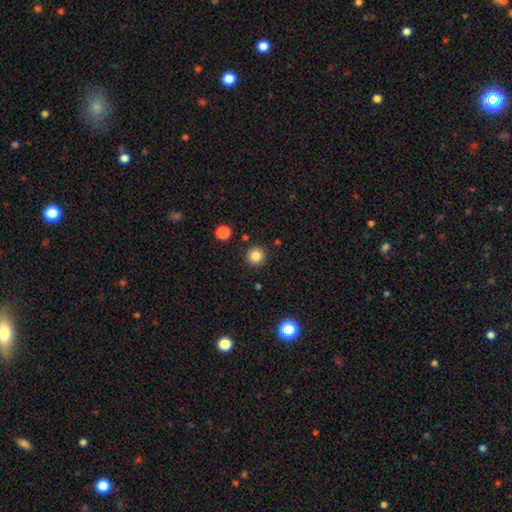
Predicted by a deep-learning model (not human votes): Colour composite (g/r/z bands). It shows a smooth galaxy with no disk features (84%) that is round (94%). Merging: none (90%).